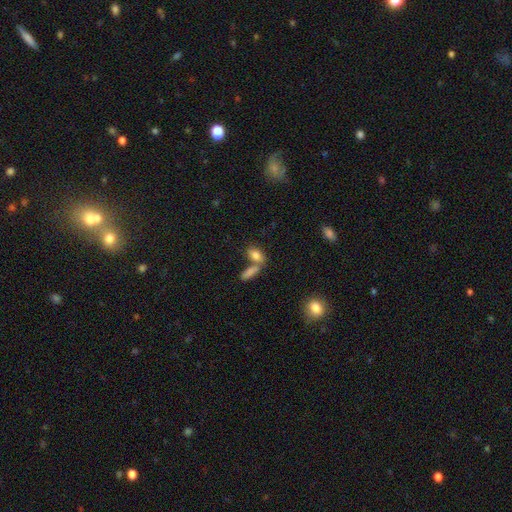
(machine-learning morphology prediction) A smooth galaxy with no disk features (81%) that is in between round and cigar-shaped (83%). Merging: none (46%).